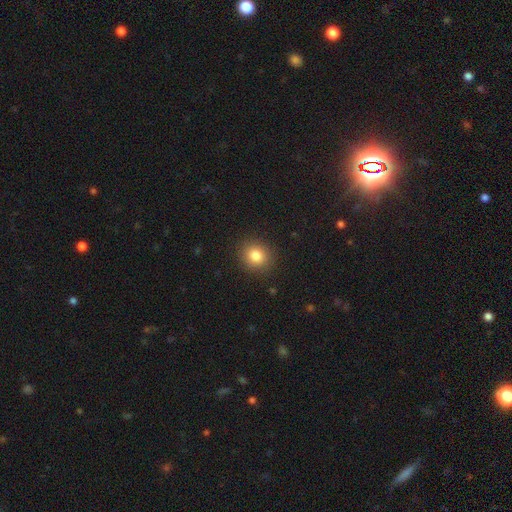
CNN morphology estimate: smooth_or_featured: smooth (p=0.83) [alt: star or artifact p=0.11]
how_rounded: round (p=0.79) [alt: in between p=0.20]
merging: none (p=0.90) [alt: minor disturbance p=0.07]